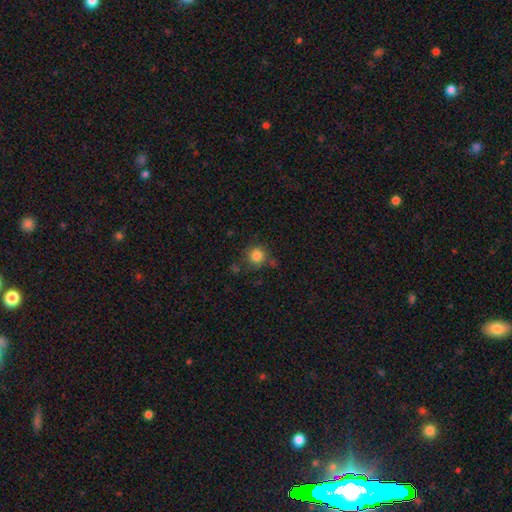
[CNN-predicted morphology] This is clearly a smooth galaxy (83%). How rounded: clearly round (93%). Merging: likely none (77%).